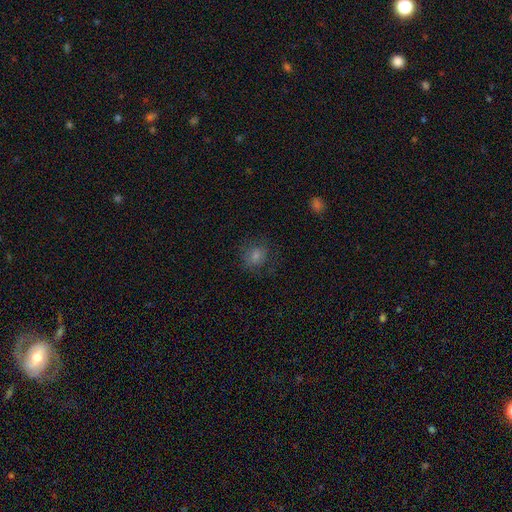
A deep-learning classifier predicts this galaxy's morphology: smooth_or_featured: smooth (p=0.59) [alt: star or artifact p=0.22]
how_rounded: round (p=0.75) [alt: in between p=0.24]
merging: none (p=0.75) [alt: minor disturbance p=0.15]